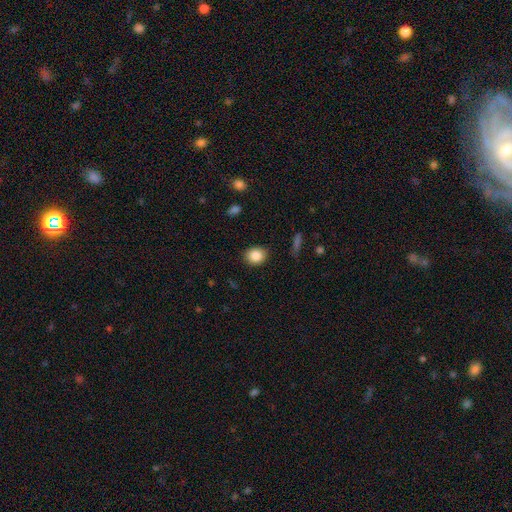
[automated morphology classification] A smooth galaxy with no disk features (86%) that is round (65%). Merging: none (88%).